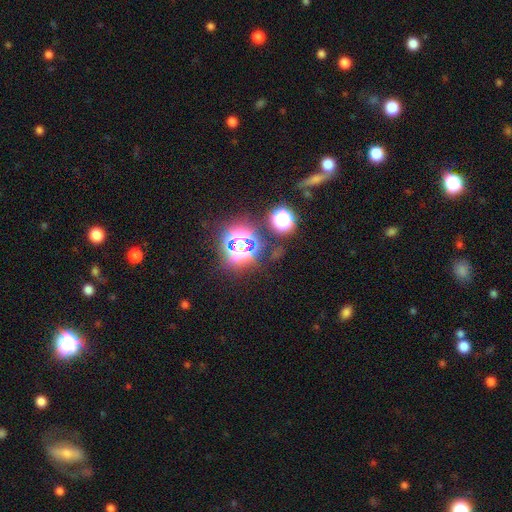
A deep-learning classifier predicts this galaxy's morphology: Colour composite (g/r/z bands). It shows a star or artifact, not a galaxy (72%).